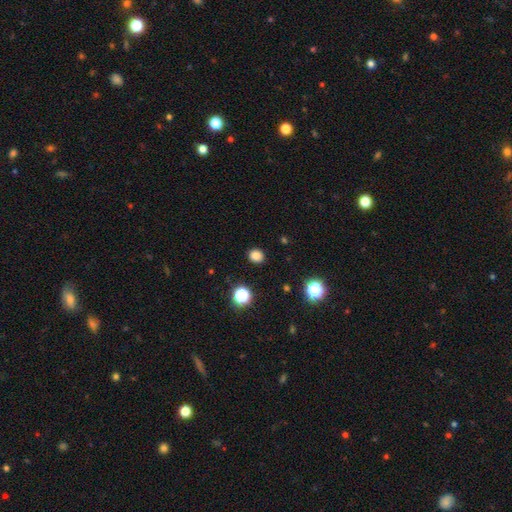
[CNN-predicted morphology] A smooth galaxy with no disk features (82%) that is round (79%). Merging: none (91%).